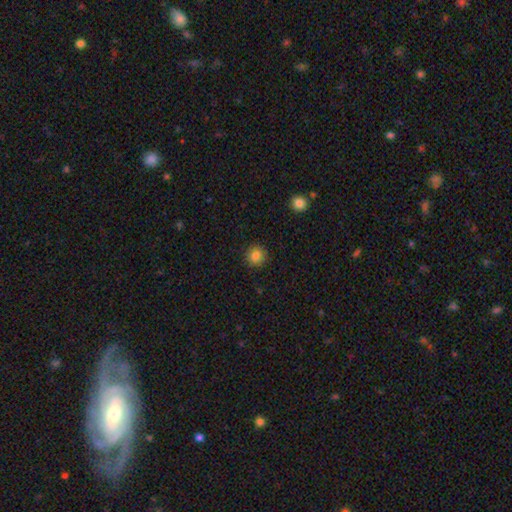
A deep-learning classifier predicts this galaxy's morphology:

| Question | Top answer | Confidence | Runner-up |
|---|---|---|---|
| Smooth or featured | smooth | 84% | star or artifact (11%) |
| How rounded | round | 92% | in between (7%) |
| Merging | none | 91% | minor disturbance (6%) |